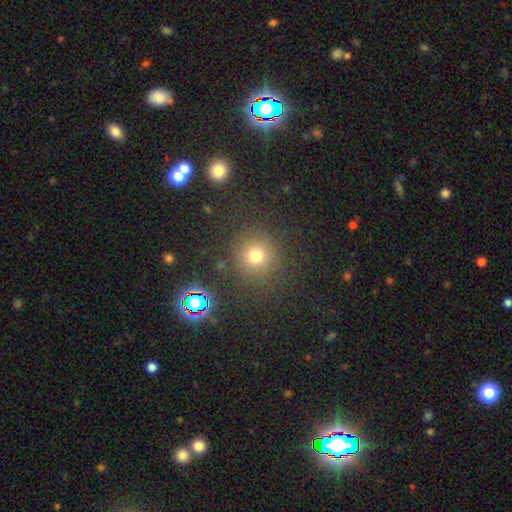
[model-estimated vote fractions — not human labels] This is likely a smooth galaxy (70%). How rounded: clearly round (92%). Merging: clearly none (85%).